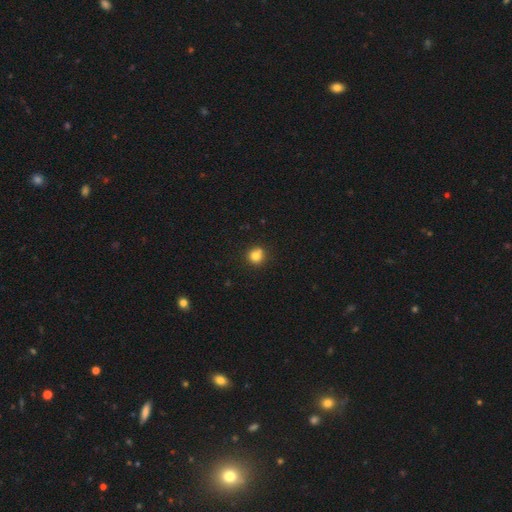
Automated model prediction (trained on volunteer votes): Morphology: type=smooth (81%); roundness=round (90%); merging=none (74%).